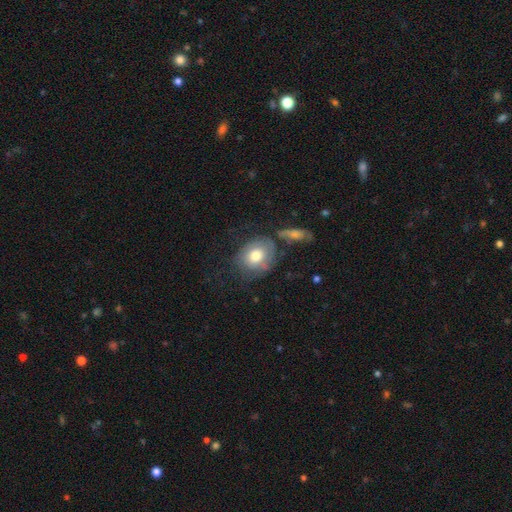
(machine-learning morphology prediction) Smooth or featured?
  - smooth: 55% *
  - featured or disk: 37%
  - star or artifact: 8%
How rounded?
  - round: 50% *
  - in between: 49%
  - cigar-shaped: 1%
Merging?
  - none: 54% *
  - minor disturbance: 22%
  - major disturbance: 14%
  - merger: 10%